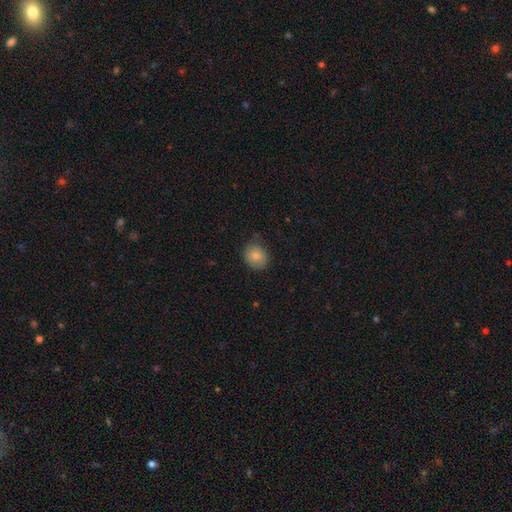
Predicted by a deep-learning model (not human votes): This is clearly a smooth galaxy (83%). How rounded: likely round (70%). Merging: likely none (77%).